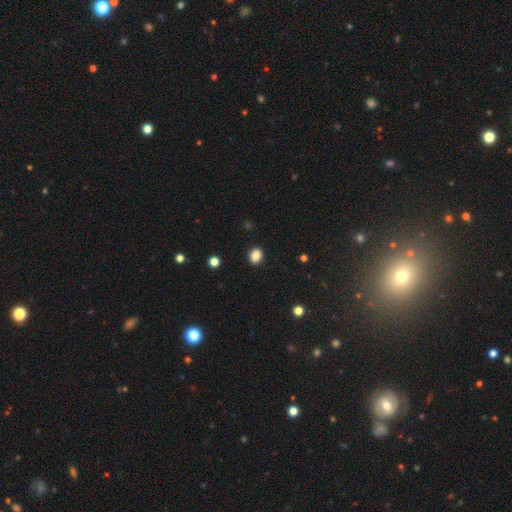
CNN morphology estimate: This appears to be a smooth galaxy with no disk features (87%) that is in between round and cigar-shaped (55%). Merging: none (91%).